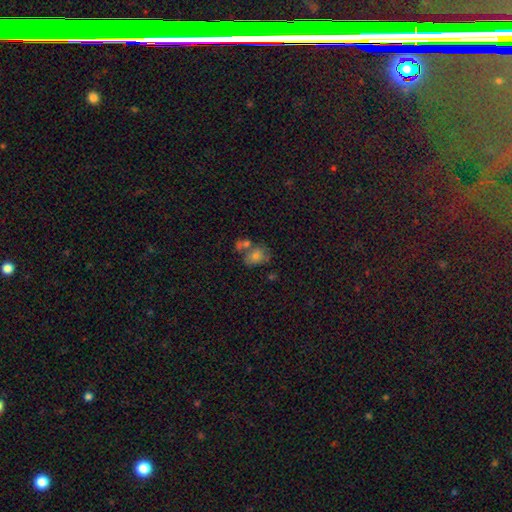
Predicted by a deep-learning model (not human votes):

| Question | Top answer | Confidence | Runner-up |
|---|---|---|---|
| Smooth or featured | star or artifact | 50% | smooth (32%) |